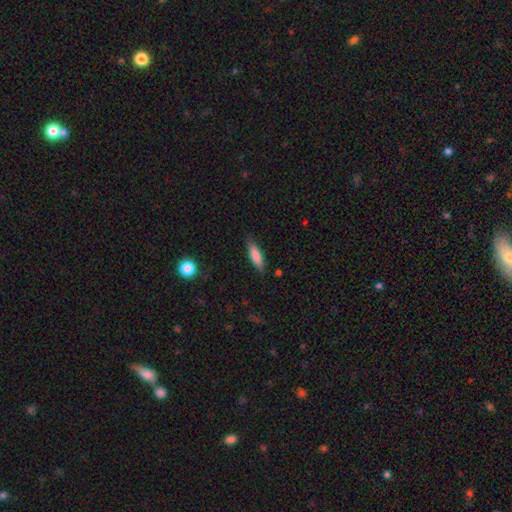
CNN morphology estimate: Smooth or featured? smooth (79%)
How rounded? cigar-shaped (54%)
Merging? none (79%)